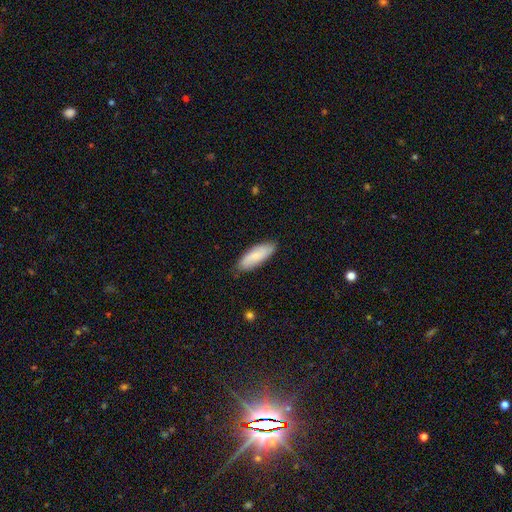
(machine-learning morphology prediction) smooth-or-featured: smooth: 79% | featured or disk: 15% | star or artifact: 6%
  how-rounded: in between: 65% | cigar-shaped: 33% | round: 2%
  merging: none: 82% | minor disturbance: 15% | major disturbance: 2% | merger: 1%